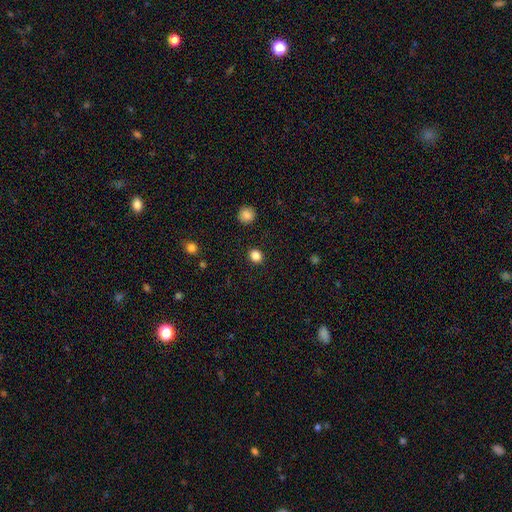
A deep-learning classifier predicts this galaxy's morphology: type=smooth (84%); roundness=round (78%); merging=none (91%).